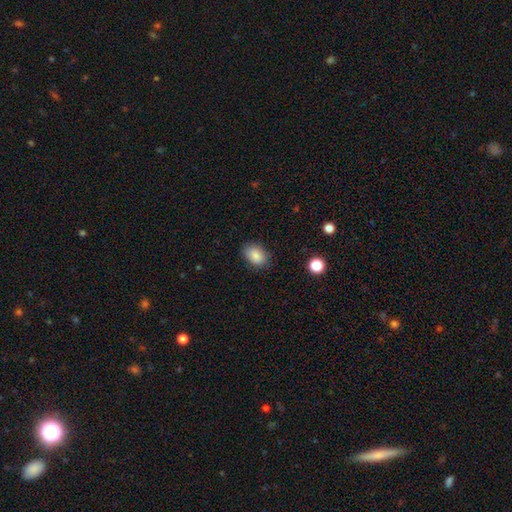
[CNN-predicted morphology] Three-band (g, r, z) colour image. It shows a smooth galaxy with no disk features (86%) that is in between round and cigar-shaped (80%). Merging: none (83%).